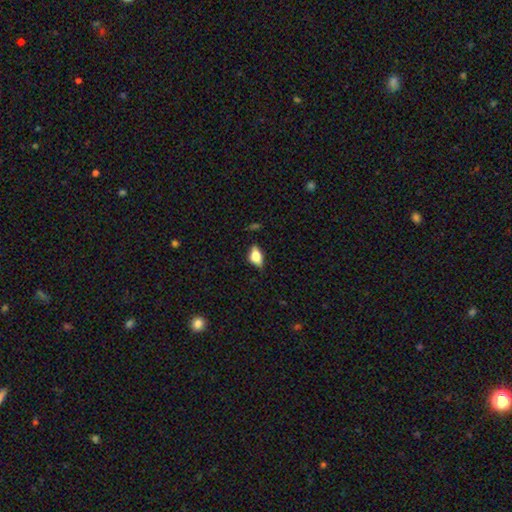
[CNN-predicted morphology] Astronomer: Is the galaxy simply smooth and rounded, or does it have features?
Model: smooth — 66%.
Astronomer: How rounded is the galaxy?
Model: in between — 83%.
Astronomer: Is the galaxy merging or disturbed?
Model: none — 71%.